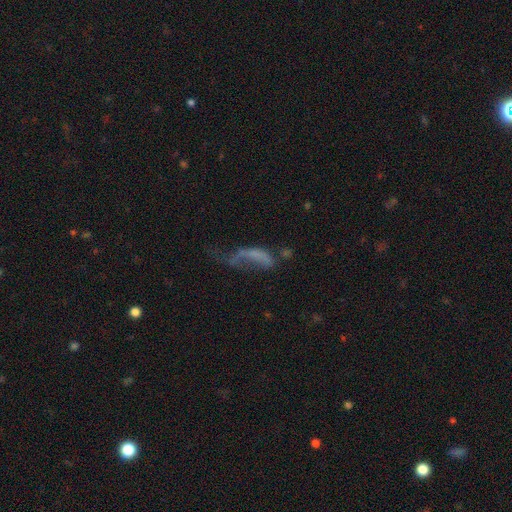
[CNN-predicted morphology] This appears to be a featured or disk galaxy (41%). Merging: major disturbance (49%).